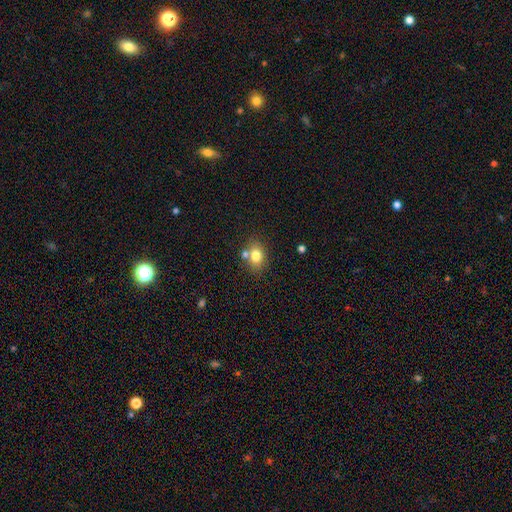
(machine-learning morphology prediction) A smooth galaxy with no disk features (78%) that is in between round and cigar-shaped (64%).

Vote fractions:
- Smooth or featured? smooth: 78% / featured or disk: 12% / star or artifact: 10%
- How rounded? in between: 64% / round: 35% / cigar-shaped: 1%
- Merging? none: 64% / merger: 19% / minor disturbance: 13% / major disturbance: 4%